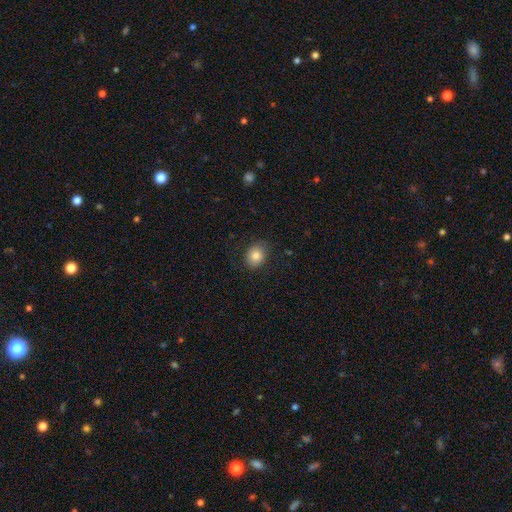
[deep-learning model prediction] Morphology: type=smooth (82%); roundness=round (51%); merging=none (84%).